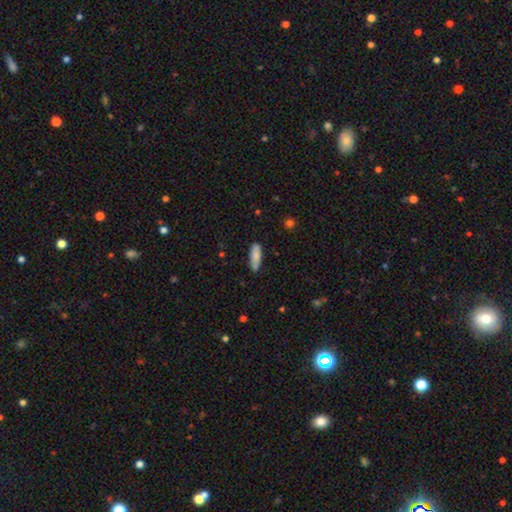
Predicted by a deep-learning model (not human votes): Smooth or featured: smooth — 83% (featured or disk — 11%)
How rounded: in between — 57% (cigar-shaped — 42%)
Merging: none — 79% (minor disturbance — 17%)